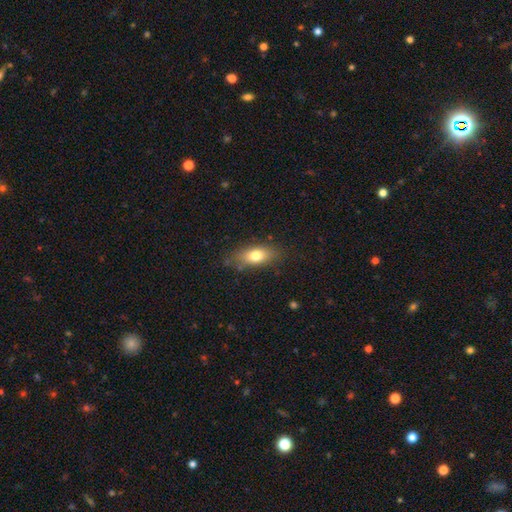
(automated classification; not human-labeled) smooth_or_featured: smooth (p=0.76) [alt: featured or disk p=0.16]
how_rounded: in between (p=0.81) [alt: cigar-shaped p=0.11]
merging: none (p=0.77) [alt: minor disturbance p=0.17]